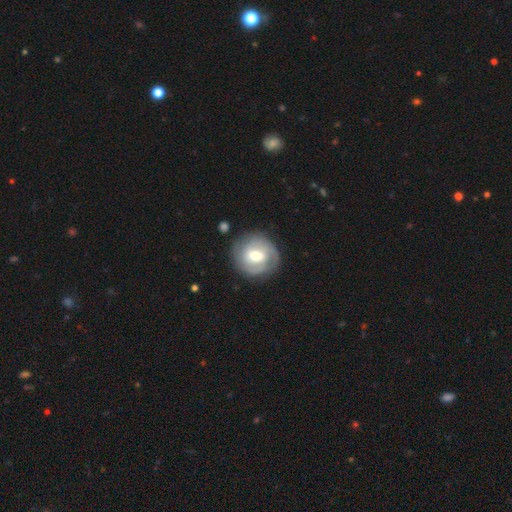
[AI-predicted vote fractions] The model was most divided on "bar": weak: 49%, no: 33%, strong: 17%. More confident: edge-on disk — no (97%); merging — none (80%); spiral arms — yes (80%); bulge size — moderate (67%); smooth or featured — featured or disk (64%).